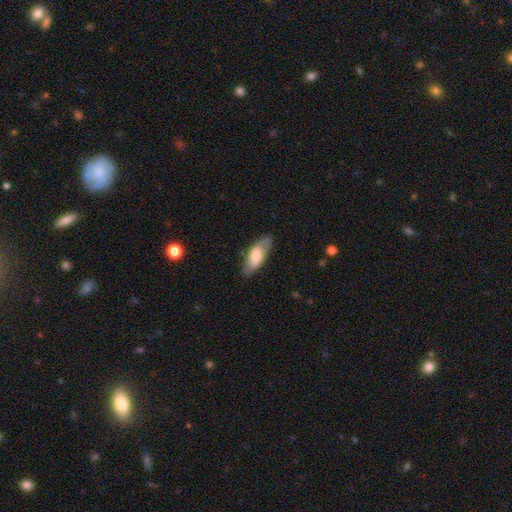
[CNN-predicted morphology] This appears to be a smooth galaxy with no disk features (63%) that is in between round and cigar-shaped (80%). Merging: none (81%).